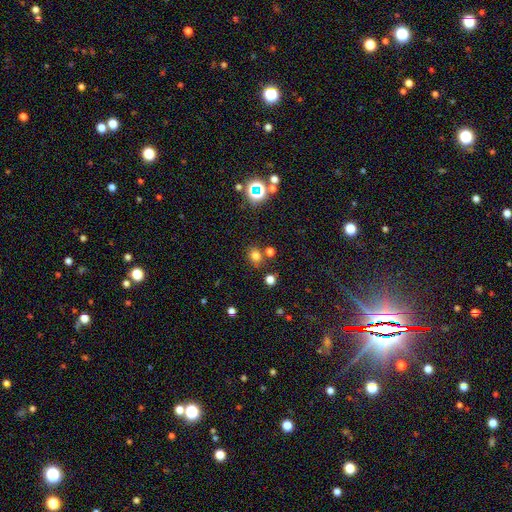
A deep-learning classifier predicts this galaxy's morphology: This is likely a smooth galaxy (72%). How rounded: likely round (67%). Merging: likely none (74%).